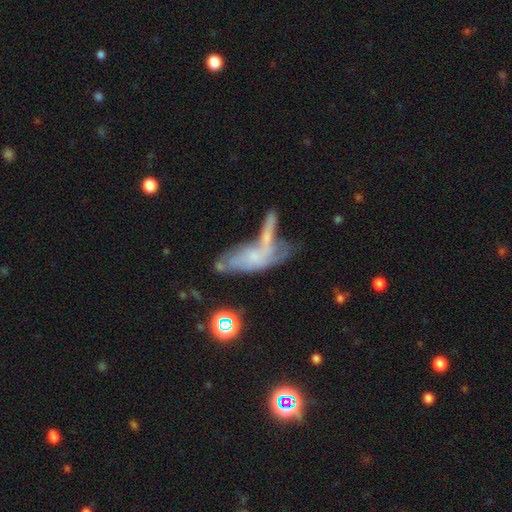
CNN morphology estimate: This appears to be a featured or disk galaxy (53%). Merging: merger (48%).